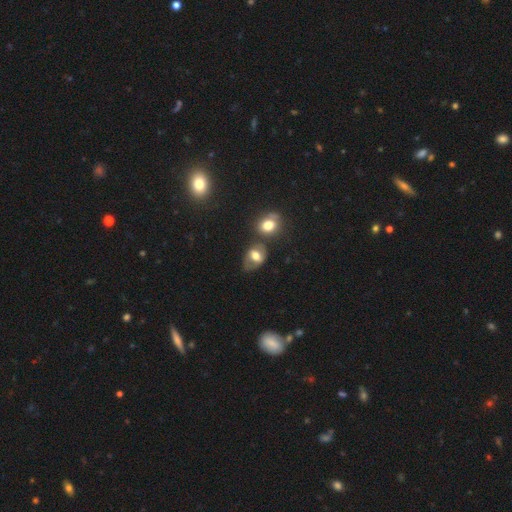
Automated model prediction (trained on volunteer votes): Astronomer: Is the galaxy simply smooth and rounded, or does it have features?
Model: smooth — 61%.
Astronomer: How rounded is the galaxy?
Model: in between — 67%.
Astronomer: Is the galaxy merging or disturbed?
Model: none — 49%.